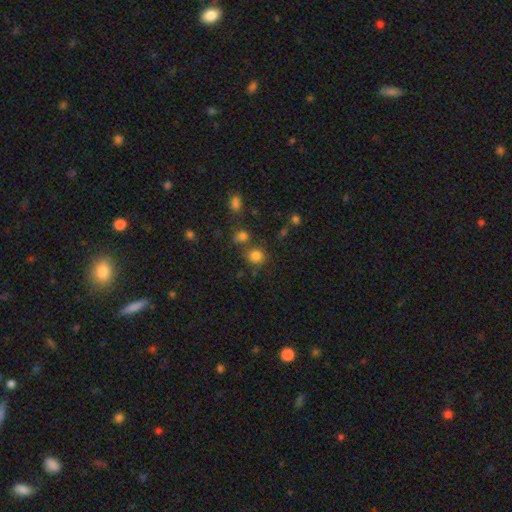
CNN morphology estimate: A smooth galaxy with no disk features (81%) that is round (82%). Merging: none (70%).